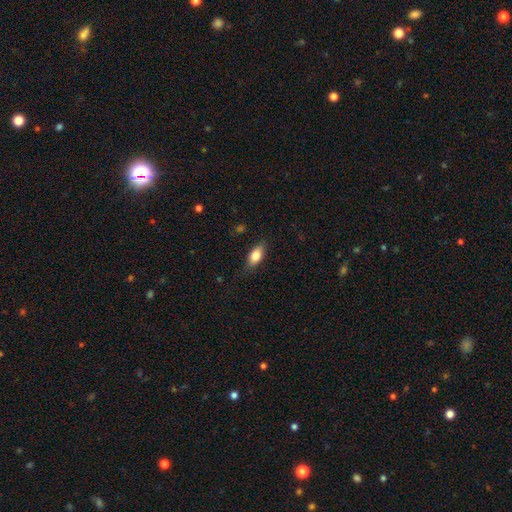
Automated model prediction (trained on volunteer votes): smooth-or-featured: smooth: 77% | featured or disk: 16% | star or artifact: 7%
  how-rounded: in between: 84% | cigar-shaped: 11% | round: 5%
  merging: none: 82% | minor disturbance: 14% | major disturbance: 3% | merger: 1%